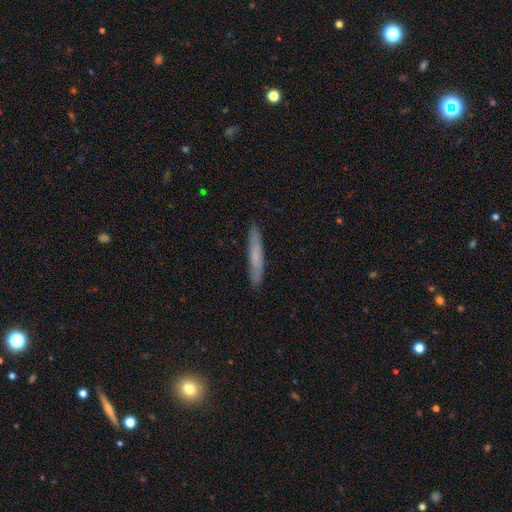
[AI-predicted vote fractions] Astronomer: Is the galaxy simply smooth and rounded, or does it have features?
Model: smooth — 60%.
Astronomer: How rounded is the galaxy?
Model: cigar-shaped — 94%.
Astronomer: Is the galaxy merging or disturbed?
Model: none — 87%.